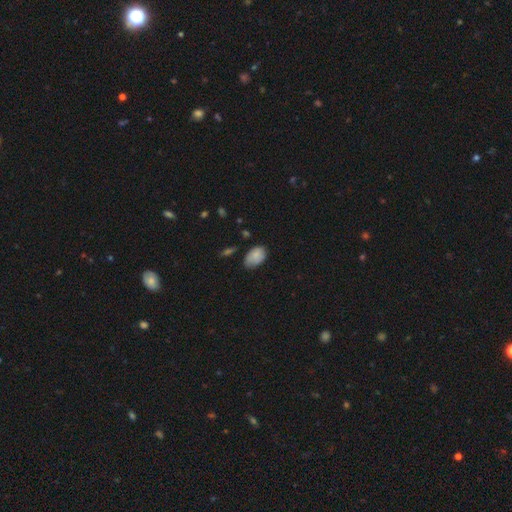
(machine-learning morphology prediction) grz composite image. It shows a smooth galaxy with no disk features (81%) that is in between round and cigar-shaped (89%). Merging: none (60%).